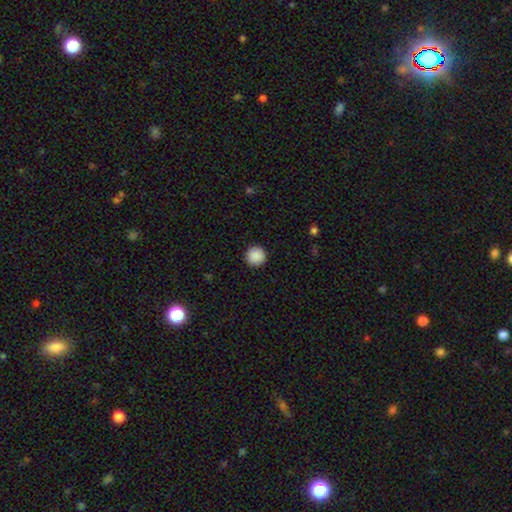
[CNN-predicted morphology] type=smooth (89%); roundness=round (96%); merging=none (93%).